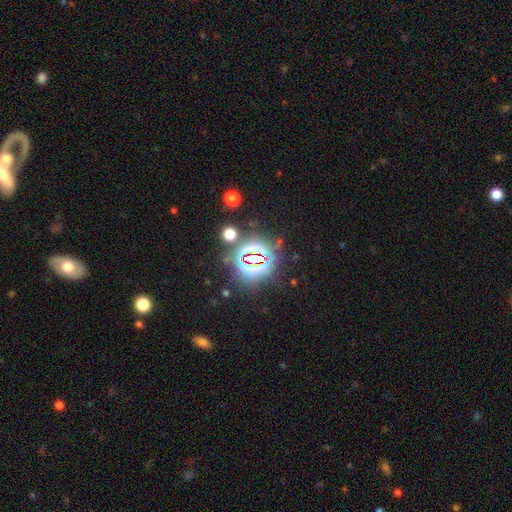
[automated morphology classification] Q: Smooth or featured?
A: star or artifact (75%); runner-up: smooth (17%)